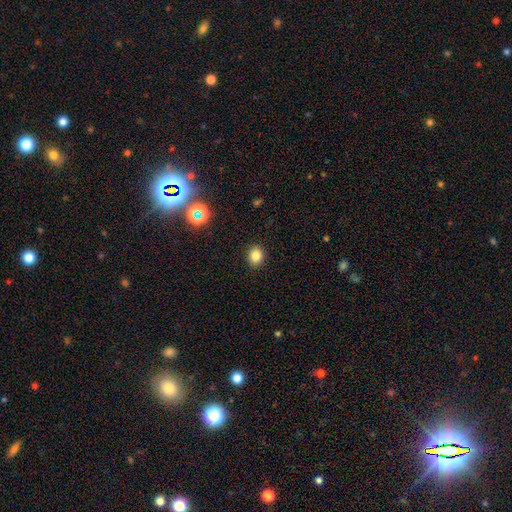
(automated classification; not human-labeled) A smooth galaxy with no disk features (82%) that is round (69%).

Vote fractions:
- Smooth or featured? smooth: 82% / star or artifact: 13% / featured or disk: 5%
- How rounded? round: 69% / in between: 30% / cigar-shaped: 1%
- Merging? none: 91% / minor disturbance: 6% / major disturbance: 2% / merger: 1%